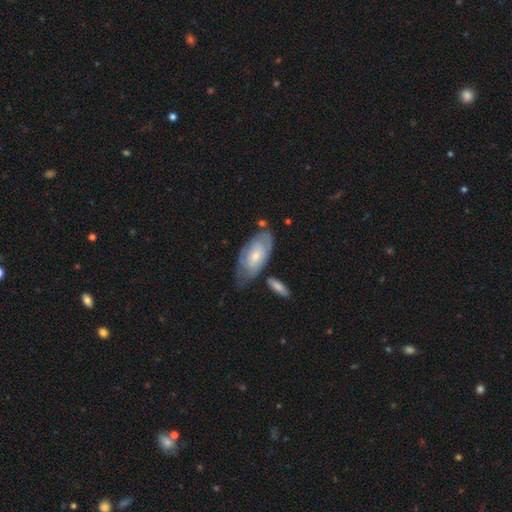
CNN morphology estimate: Q: Smooth or featured?
A: featured or disk (50%); runner-up: smooth (45%)
Q: Merging?
A: none (51%); runner-up: minor disturbance (28%)